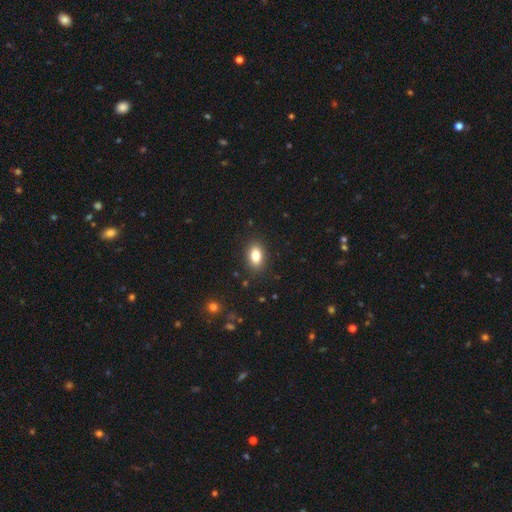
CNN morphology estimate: The model was most divided on "smooth or featured": smooth: 83%, star or artifact: 9%, featured or disk: 8%. More confident: how rounded — in between (87%); merging — none (87%).